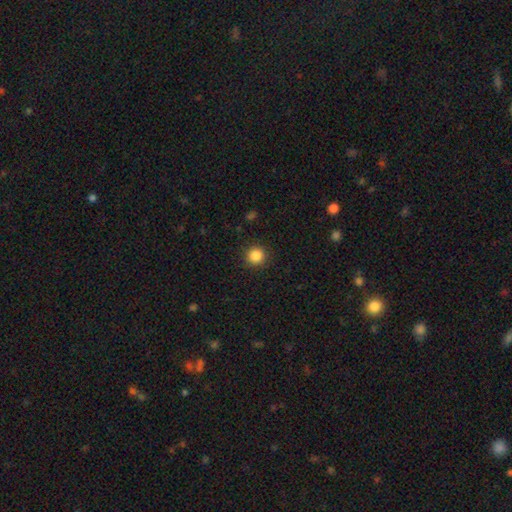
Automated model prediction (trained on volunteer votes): This appears to be a smooth galaxy with no disk features (86%) that is round (94%). Merging: none (91%).